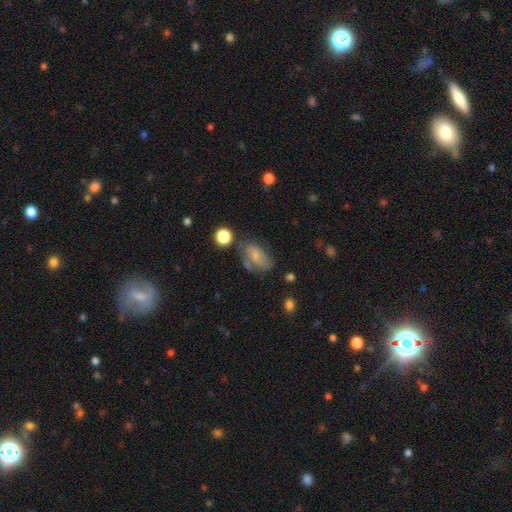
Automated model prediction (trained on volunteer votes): Q: Smooth or featured?
A: smooth (55%); runner-up: featured or disk (35%)
Q: How rounded?
A: in between (86%); runner-up: round (11%)
Q: Merging?
A: none (48%); runner-up: minor disturbance (27%)